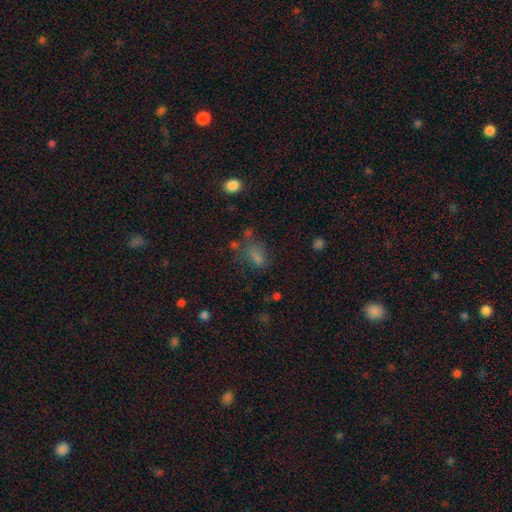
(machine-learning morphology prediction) type=smooth (68%); roundness=in between (76%); merging=none (50%).